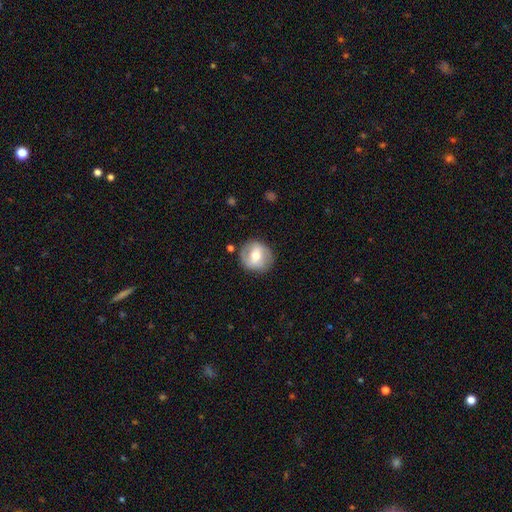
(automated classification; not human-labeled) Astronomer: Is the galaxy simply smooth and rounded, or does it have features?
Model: featured or disk — 51% (runner-up: smooth, 43%).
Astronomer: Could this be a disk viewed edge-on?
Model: no — 96%.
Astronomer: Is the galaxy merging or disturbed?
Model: none — 84%.